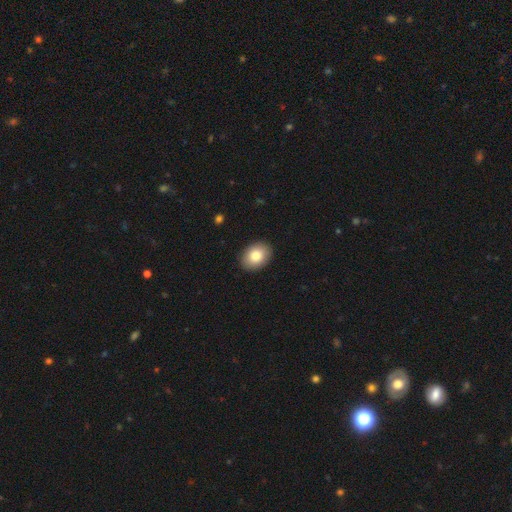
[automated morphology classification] smooth-or-featured: smooth: 83% | featured or disk: 10% | star or artifact: 7%
  how-rounded: in between: 71% | round: 28% | cigar-shaped: 1%
  merging: none: 90% | minor disturbance: 7% | major disturbance: 2% | merger: 1%